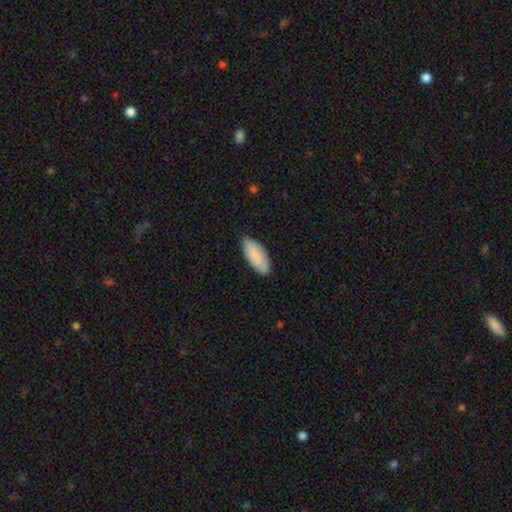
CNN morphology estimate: This appears to be a smooth galaxy with no disk features (87%) that is in between round and cigar-shaped (85%). Merging: none (82%).